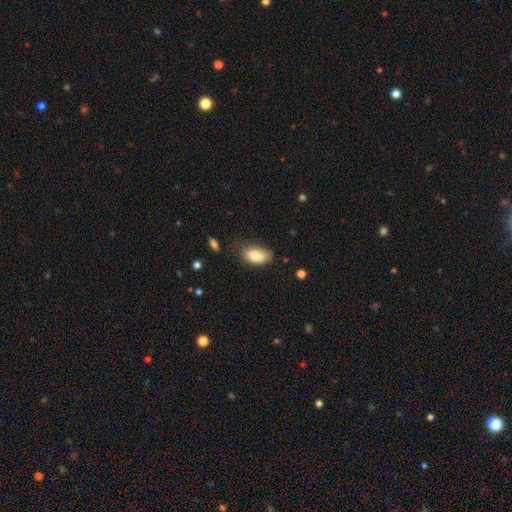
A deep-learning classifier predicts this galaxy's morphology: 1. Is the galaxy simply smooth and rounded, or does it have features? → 85% smooth, 8% featured or disk, 7% star or artifact.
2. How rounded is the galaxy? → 94% in between, 4% round, 3% cigar-shaped.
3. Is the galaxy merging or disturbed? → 65% none, 26% minor disturbance, 7% major disturbance, 2% merger.